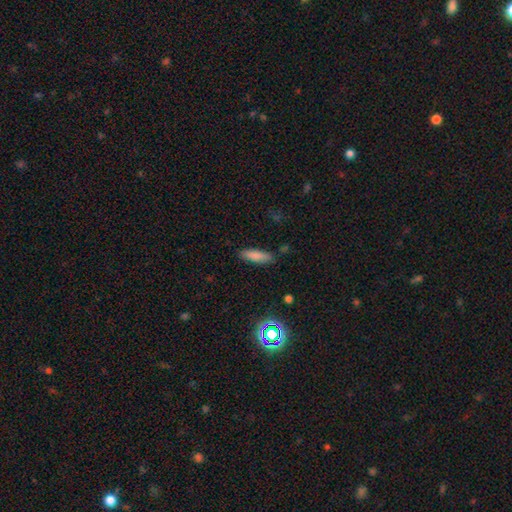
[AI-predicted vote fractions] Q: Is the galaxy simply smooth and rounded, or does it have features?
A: smooth — 82%.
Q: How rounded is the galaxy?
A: cigar-shaped — 59%.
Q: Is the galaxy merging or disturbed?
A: none — 83%.